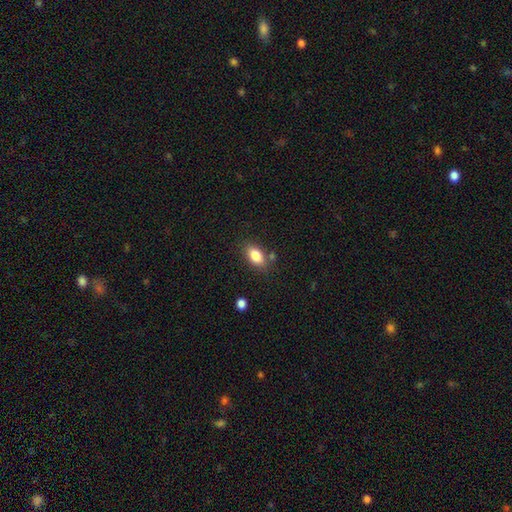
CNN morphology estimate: Overall: smooth (83%). How rounded: in between (88%). Merging: none (77%).